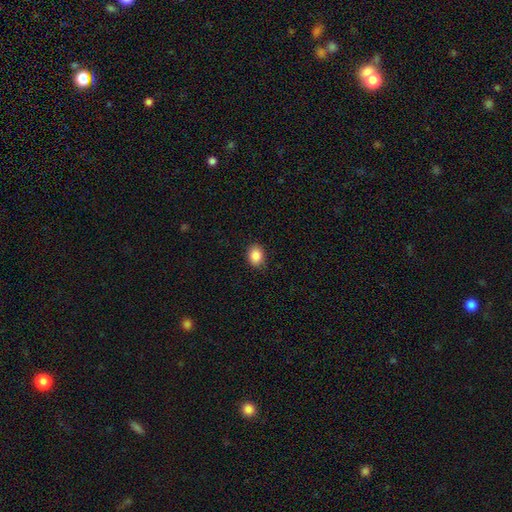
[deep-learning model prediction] Q: Smooth or featured?
A: smooth (87%); runner-up: star or artifact (9%)
Q: How rounded?
A: in between (57%); runner-up: round (42%)
Q: Merging?
A: none (88%); runner-up: minor disturbance (9%)